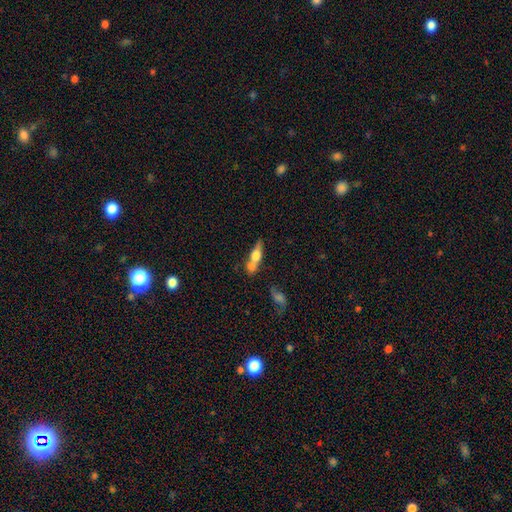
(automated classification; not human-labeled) This is possibly a smooth galaxy (54%). How rounded: possibly cigar-shaped (51%). Merging: marginally merger (43%).